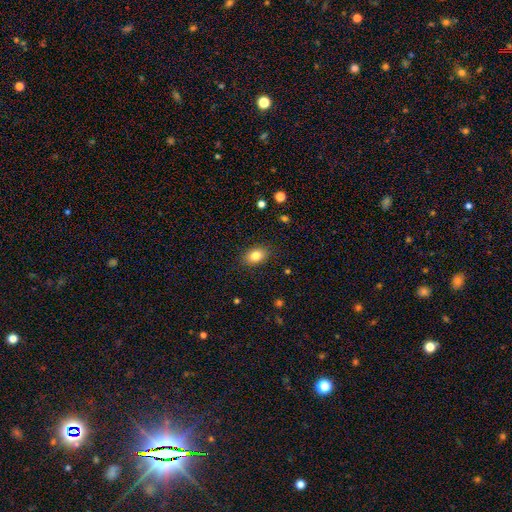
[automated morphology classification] Overall: smooth (84%). How rounded: in between (80%). Merging: none (86%).